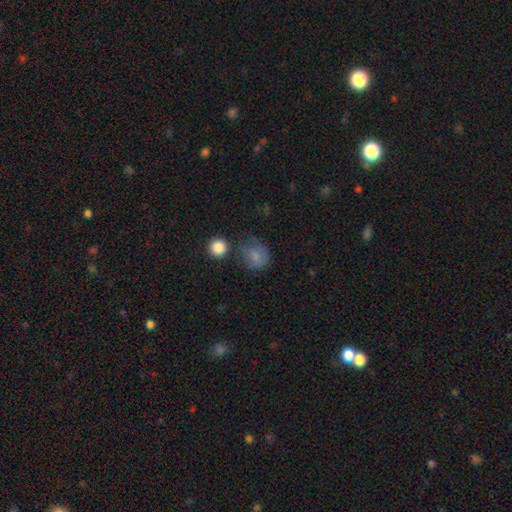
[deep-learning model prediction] Smooth or featured?
  - smooth: 79% *
  - star or artifact: 13%
  - featured or disk: 8%
How rounded?
  - round: 72% *
  - in between: 27%
  - cigar-shaped: 1%
Merging?
  - none: 55% *
  - minor disturbance: 26%
  - major disturbance: 12%
  - merger: 7%